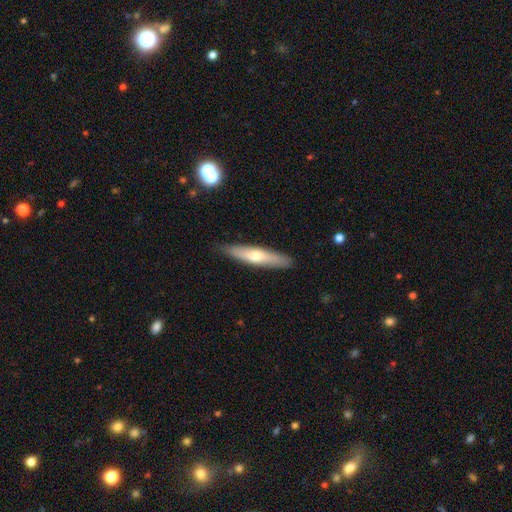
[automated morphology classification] This appears to be a smooth galaxy with no disk features (55%) that is cigar-shaped (80%). Merging: none (87%).